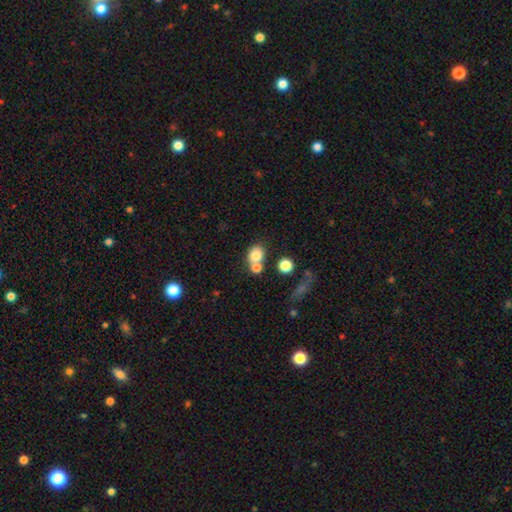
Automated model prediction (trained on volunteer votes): Q: Smooth or featured?
A: smooth (78%); runner-up: featured or disk (11%)
Q: How rounded?
A: round (67%); runner-up: in between (32%)
Q: Merging?
A: merger (45%); runner-up: none (42%)